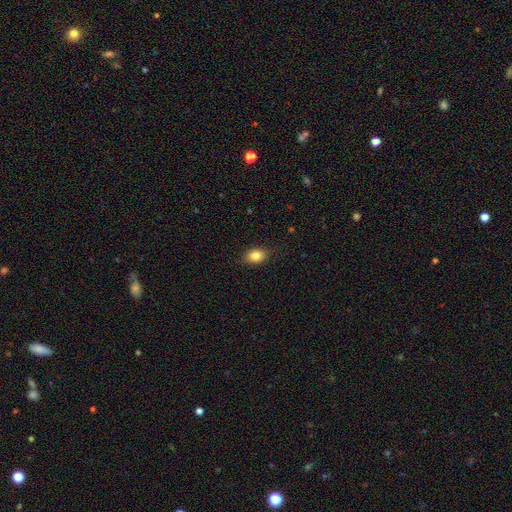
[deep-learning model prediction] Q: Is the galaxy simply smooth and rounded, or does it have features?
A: smooth — 84%.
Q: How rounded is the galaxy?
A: in between — 75%.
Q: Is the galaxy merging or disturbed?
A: none — 86%.